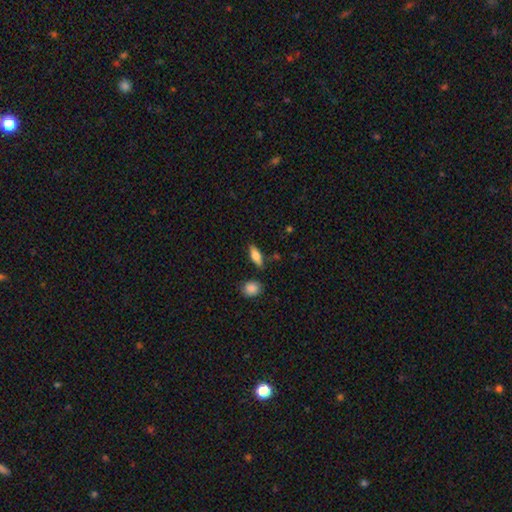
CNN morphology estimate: Smooth or featured? smooth (69%)
How rounded? in between (65%)
Merging? none (81%)